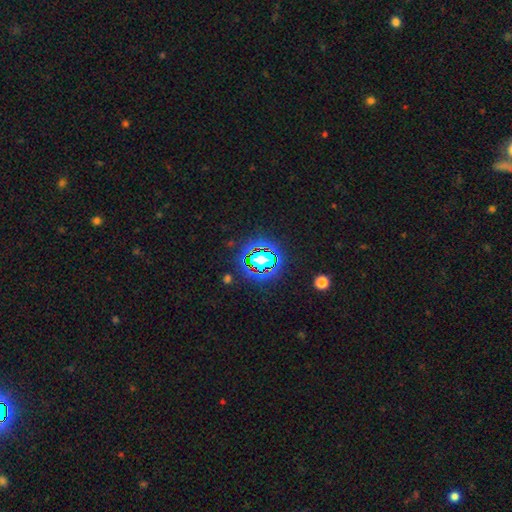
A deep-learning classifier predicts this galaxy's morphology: Smooth or featured: star or artifact — 78% (smooth — 13%)